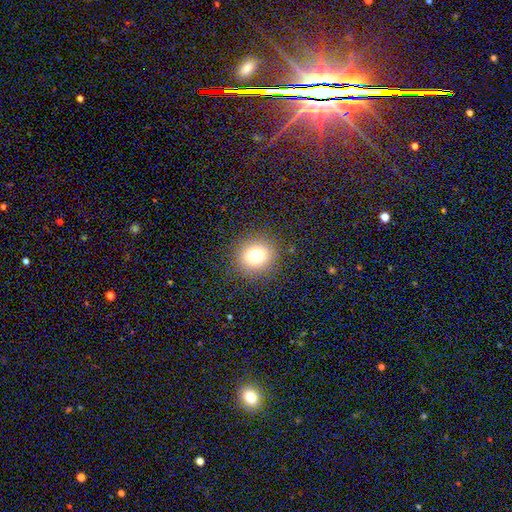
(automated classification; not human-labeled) Smooth or featured? smooth (77%)
How rounded? round (82%)
Merging? none (88%)